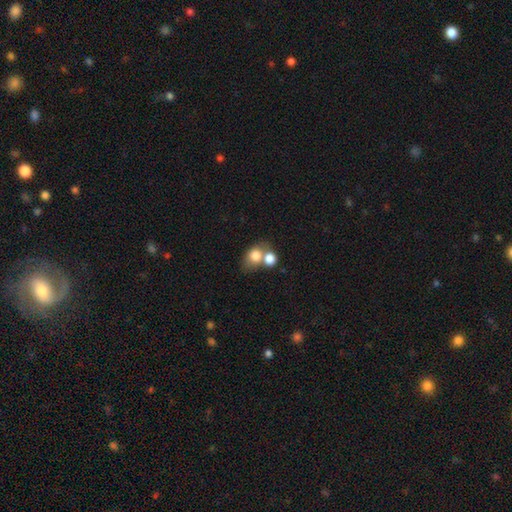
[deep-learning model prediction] smooth_or_featured: smooth (p=0.77) [alt: featured or disk p=0.14]
how_rounded: in between (p=0.52) [alt: round p=0.47]
merging: merger (p=0.56) [alt: none p=0.30]